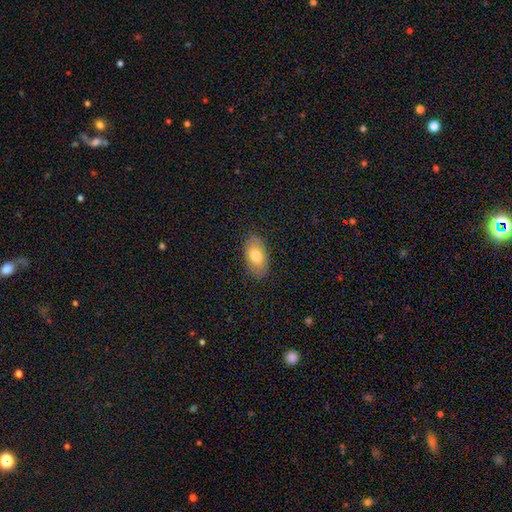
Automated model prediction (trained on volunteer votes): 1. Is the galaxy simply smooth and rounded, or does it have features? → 75% smooth, 18% featured or disk, 7% star or artifact.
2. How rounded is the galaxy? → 93% in between, 5% round, 2% cigar-shaped.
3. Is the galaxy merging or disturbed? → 85% none, 12% minor disturbance, 3% major disturbance, 1% merger.